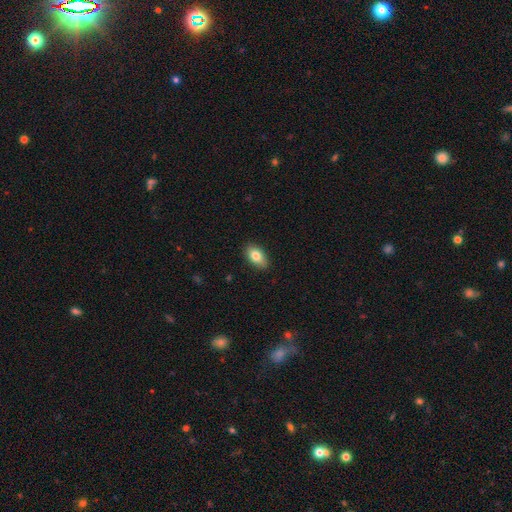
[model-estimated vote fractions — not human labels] smooth 81%, featured or disk 12%, star or artifact 7%. Down the decision tree: how rounded — in between (91%); merging — none (87%).